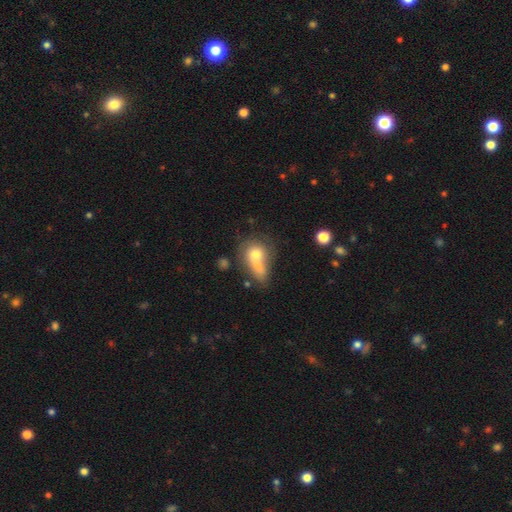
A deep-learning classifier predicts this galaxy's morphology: Smooth or featured: smooth — 63% (featured or disk — 24%)
How rounded: in between — 47% (round — 46%)
Merging: merger — 48% (none — 26%)